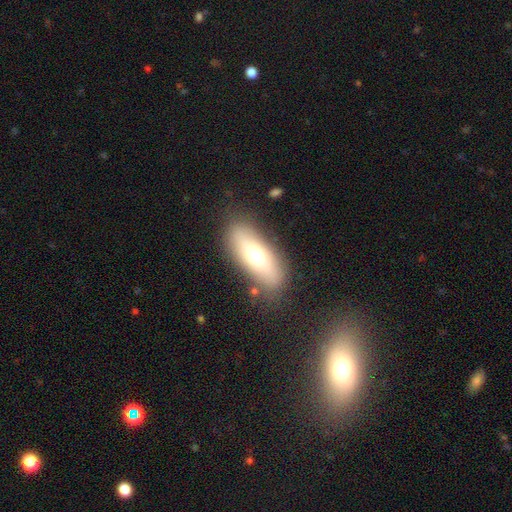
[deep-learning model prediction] Overall: smooth (65%; featured or disk 28%). How rounded: in between (68%; cigar-shaped 29%). Merging: none (81%).